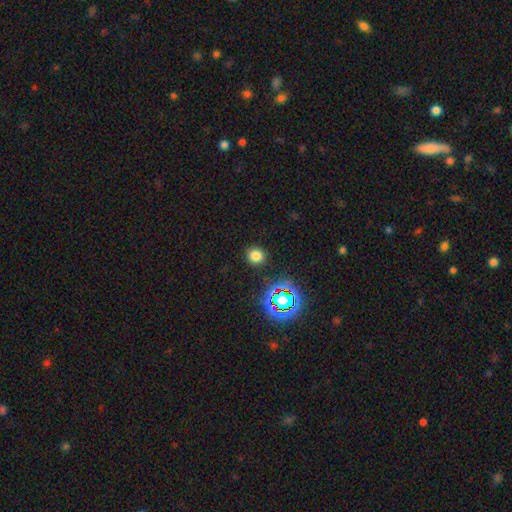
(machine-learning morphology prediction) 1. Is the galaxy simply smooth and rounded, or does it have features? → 75% smooth, 20% star or artifact, 6% featured or disk.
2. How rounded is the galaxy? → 84% round, 15% in between, 1% cigar-shaped.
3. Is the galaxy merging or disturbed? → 89% none, 7% minor disturbance, 3% major disturbance, 2% merger.